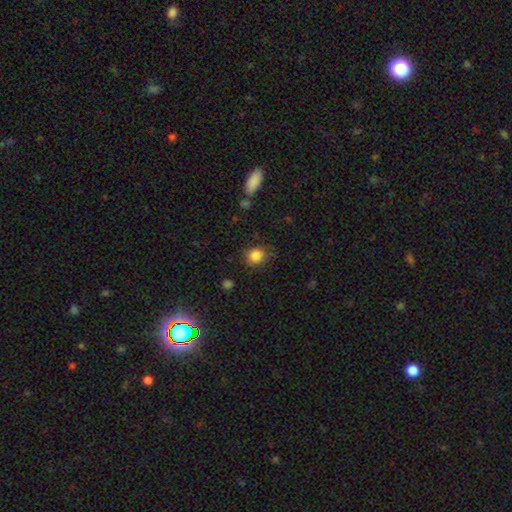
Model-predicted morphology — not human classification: A smooth galaxy with no disk features (85%) that is round (80%). Merging: none (79%).